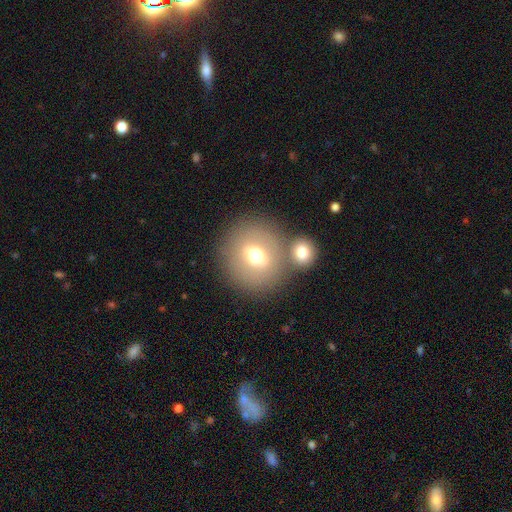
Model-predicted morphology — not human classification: Q: Smooth or featured?
A: smooth (65%); runner-up: featured or disk (24%)
Q: How rounded?
A: round (82%); runner-up: in between (17%)
Q: Merging?
A: none (61%); runner-up: merger (27%)